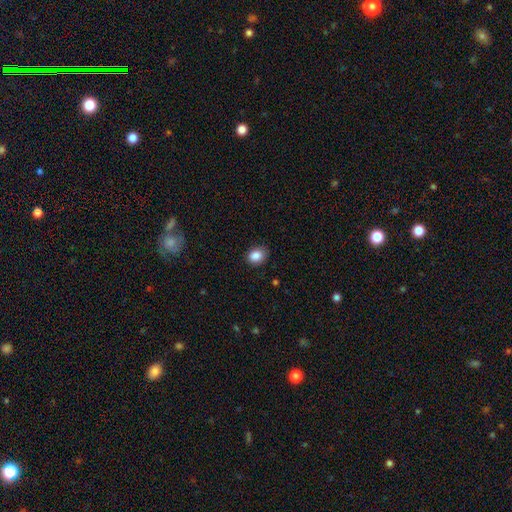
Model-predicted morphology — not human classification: Smooth or featured? smooth (86%)
How rounded? in between (54%)
Merging? none (80%)